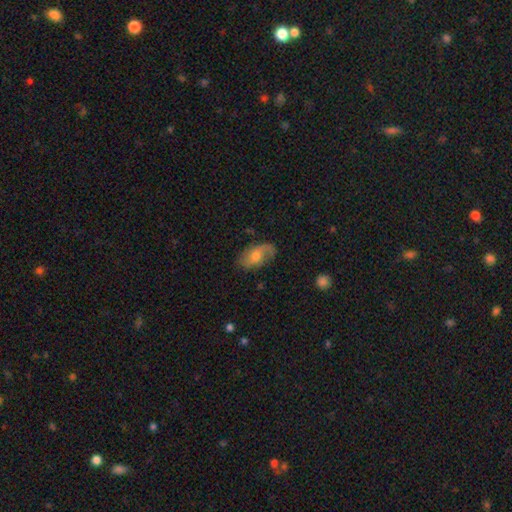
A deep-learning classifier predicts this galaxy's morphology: This appears to be a featured or disk galaxy (56%) with no bar (66%), spiral arms (85%) and a moderate central bulge (62%). Merging: none (71%).